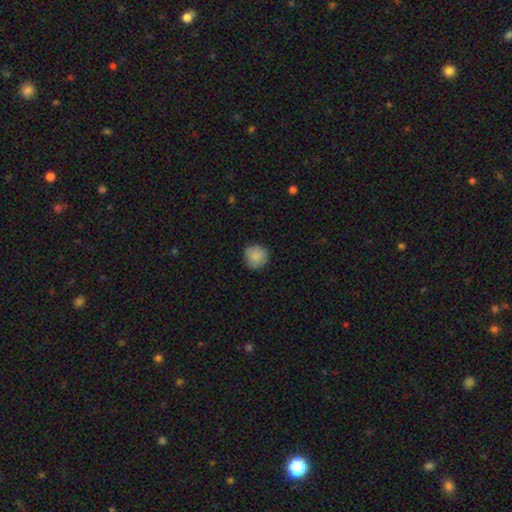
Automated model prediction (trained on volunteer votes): Q: Smooth or featured?
A: smooth (87%); runner-up: star or artifact (7%)
Q: How rounded?
A: round (94%); runner-up: in between (5%)
Q: Merging?
A: none (87%); runner-up: minor disturbance (10%)